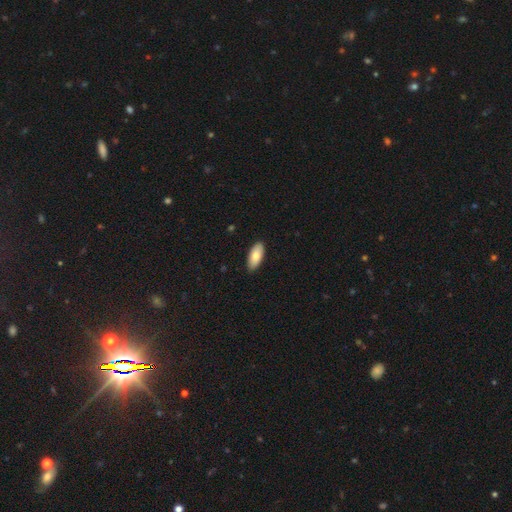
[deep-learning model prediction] This is clearly a smooth galaxy (82%). How rounded: clearly in between (88%). Merging: clearly none (89%).